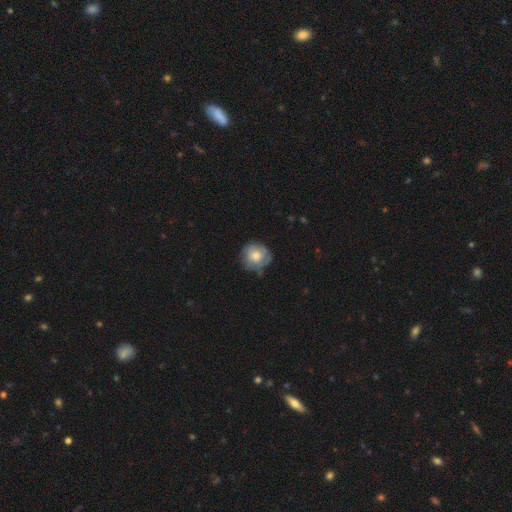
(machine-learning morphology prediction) Smooth or featured?
  - smooth: 56% *
  - featured or disk: 37%
  - star or artifact: 7%
How rounded?
  - round: 87% *
  - in between: 12%
  - cigar-shaped: 1%
Merging?
  - none: 68% *
  - minor disturbance: 23%
  - major disturbance: 8%
  - merger: 1%